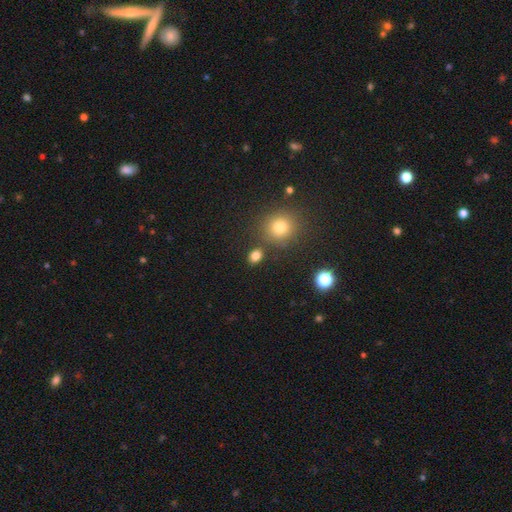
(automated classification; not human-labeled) Overall: smooth (80%). How rounded: in between (53%; round 46%). Merging: none (81%).